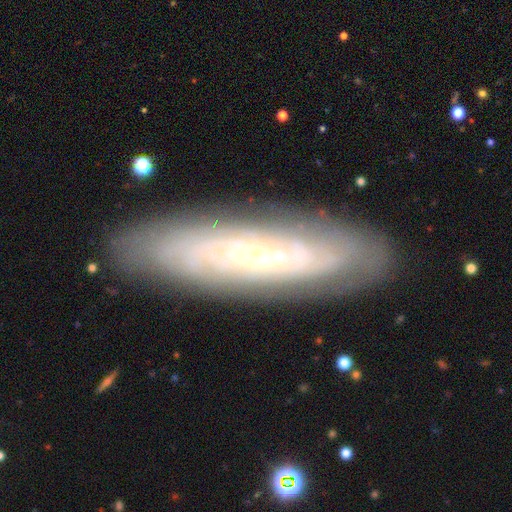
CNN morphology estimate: This is likely a featured or disk galaxy (74%). It is likely not viewed edge-on (73%). Bar: likely no (68%). Spiral arm pattern: clearly yes (85%). Central bulge: clearly small (82%). Merging: clearly none (85%).